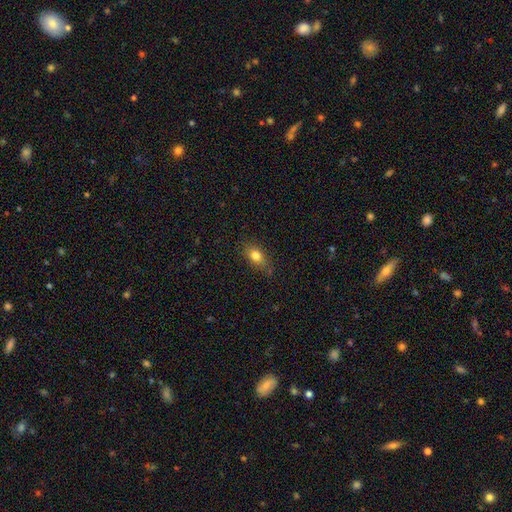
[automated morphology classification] smooth 80%, featured or disk 11%, star or artifact 10%. Down the decision tree: how rounded — in between (80%); merging — none (78%).